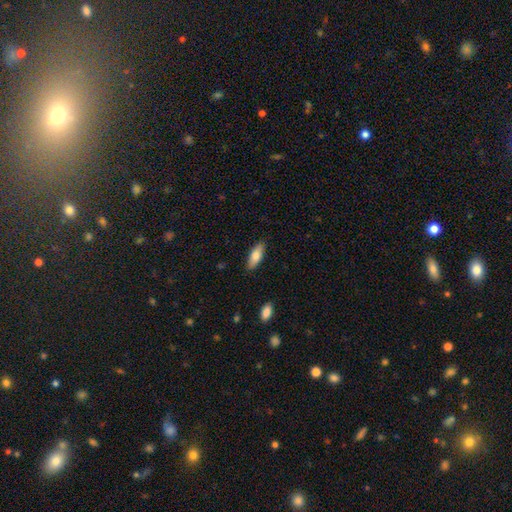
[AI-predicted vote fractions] This is clearly a smooth galaxy (81%). How rounded: likely in between (72%). Merging: clearly none (86%).